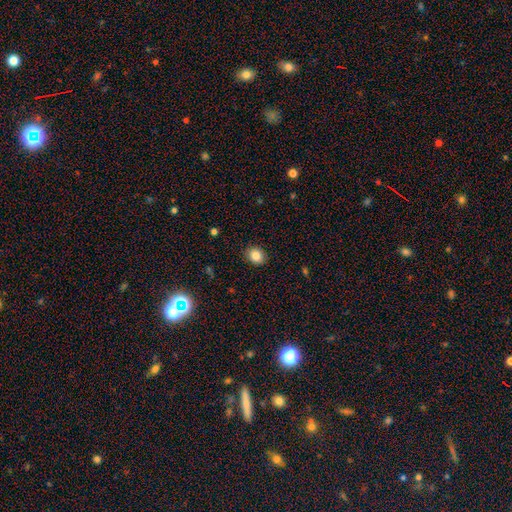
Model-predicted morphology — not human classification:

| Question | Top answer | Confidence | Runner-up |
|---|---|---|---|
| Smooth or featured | smooth | 85% | star or artifact (10%) |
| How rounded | round | 57% | in between (42%) |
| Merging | none | 89% | minor disturbance (8%) |